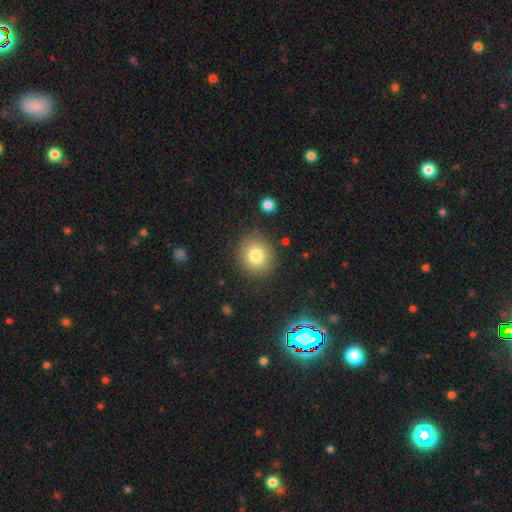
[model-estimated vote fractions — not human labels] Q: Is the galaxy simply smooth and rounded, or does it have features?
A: smooth — 81%.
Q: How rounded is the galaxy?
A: round — 85%.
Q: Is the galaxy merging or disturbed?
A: none — 86%.